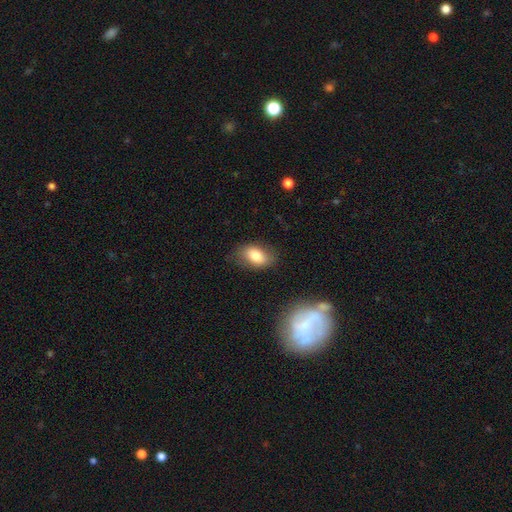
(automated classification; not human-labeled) Smooth or featured? Predicted: smooth (p=0.79). How rounded? Predicted: in between (p=0.87). Merging? Predicted: none (p=0.77).